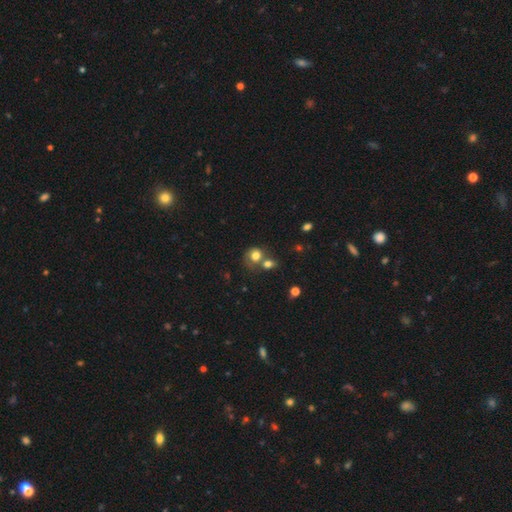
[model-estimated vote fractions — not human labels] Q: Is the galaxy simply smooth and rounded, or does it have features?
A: smooth — 76%.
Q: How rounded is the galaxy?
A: round — 71%.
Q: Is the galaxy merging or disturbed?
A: merger — 44%.